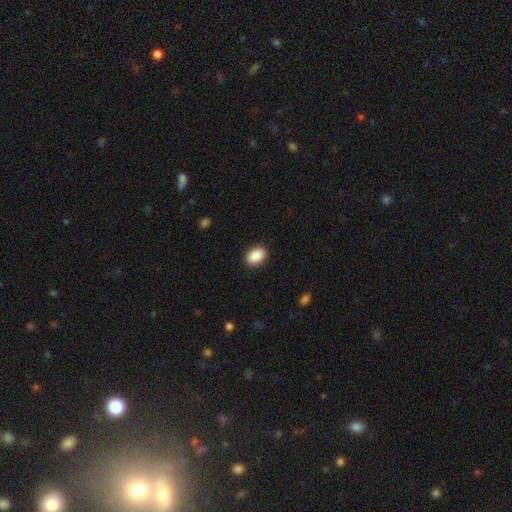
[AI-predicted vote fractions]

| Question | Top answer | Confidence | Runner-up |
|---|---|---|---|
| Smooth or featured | smooth | 90% | star or artifact (7%) |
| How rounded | in between | 82% | round (17%) |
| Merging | none | 90% | minor disturbance (7%) |